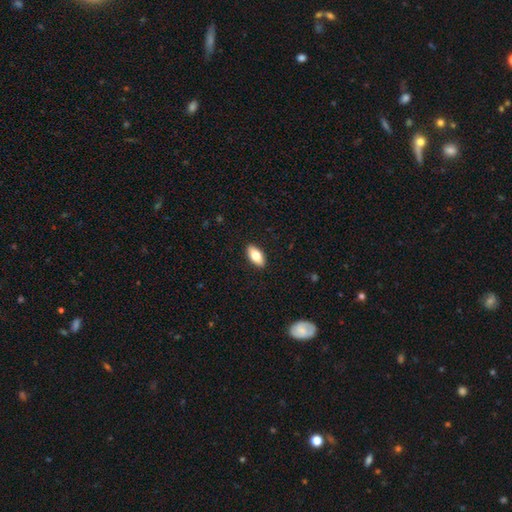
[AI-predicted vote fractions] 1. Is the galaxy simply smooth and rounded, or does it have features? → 77% smooth, 17% featured or disk, 6% star or artifact.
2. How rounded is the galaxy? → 89% in between, 7% cigar-shaped, 3% round.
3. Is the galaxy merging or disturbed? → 90% none, 7% minor disturbance, 2% major disturbance, 1% merger.